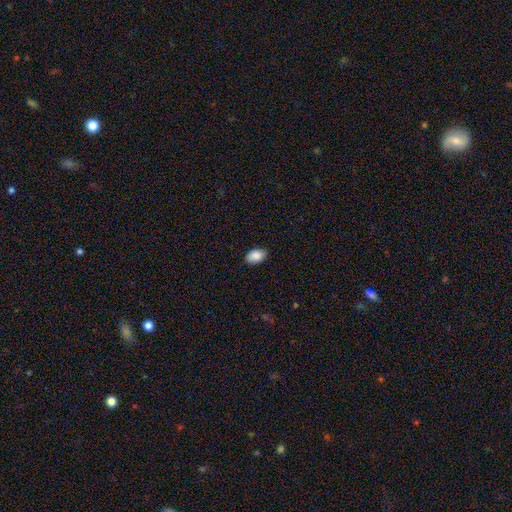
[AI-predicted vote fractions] Morphology: type=smooth (88%); roundness=in between (91%); merging=none (85%).